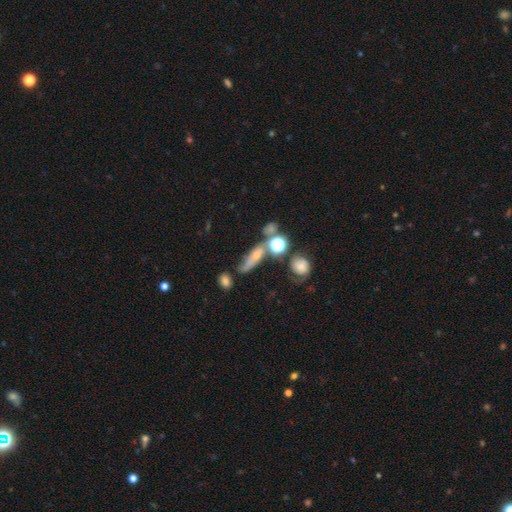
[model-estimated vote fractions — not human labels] A smooth galaxy with no disk features (51%) that is cigar-shaped (48%). Merging: none (41%).